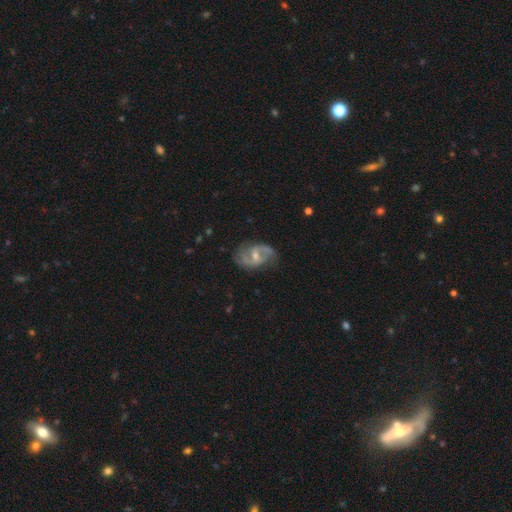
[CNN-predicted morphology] Q: Smooth or featured?
A: featured or disk (86%); runner-up: smooth (9%)
Q: Edge-on disk?
A: no (97%); runner-up: yes (3%)
Q: Bar?
A: weak (53%); runner-up: no (29%)
Q: Spiral arms?
A: yes (95%); runner-up: no (5%)
Q: Spiral winding?
A: medium (51%); runner-up: loose (33%)
Q: Spiral arm count?
A: 2 (90%); runner-up: can't tell (4%)
Q: Bulge size?
A: moderate (50%); runner-up: small (45%)
Q: Merging?
A: none (72%); runner-up: minor disturbance (19%)